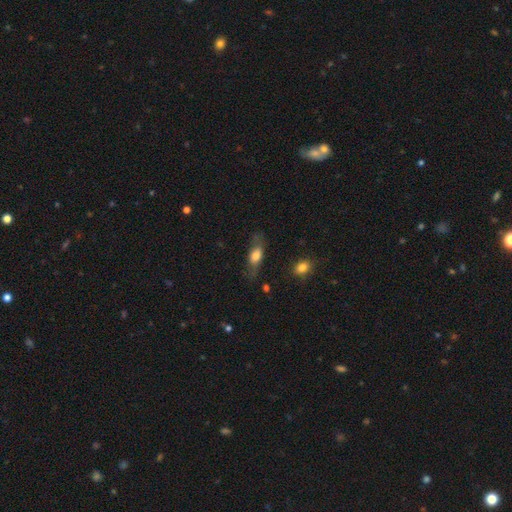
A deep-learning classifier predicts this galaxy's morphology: Smooth or featured? Predicted: smooth (p=0.66). How rounded? Predicted: in between (p=0.71). Merging? Predicted: none (p=0.63).